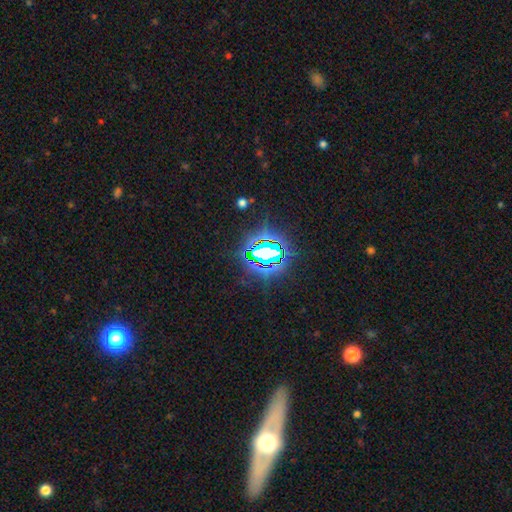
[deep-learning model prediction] Smooth or featured: star or artifact — 78% (smooth — 13%)